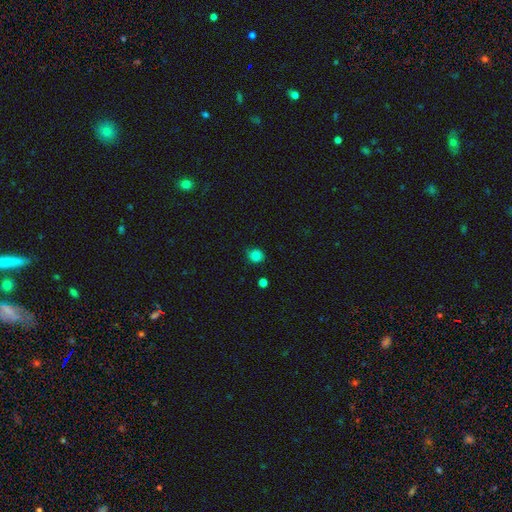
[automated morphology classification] Smooth or featured?
  - smooth: 83% *
  - star or artifact: 14%
  - featured or disk: 3%
How rounded?
  - round: 85% *
  - in between: 14%
  - cigar-shaped: 1%
Merging?
  - none: 85% *
  - minor disturbance: 10%
  - major disturbance: 3%
  - merger: 2%